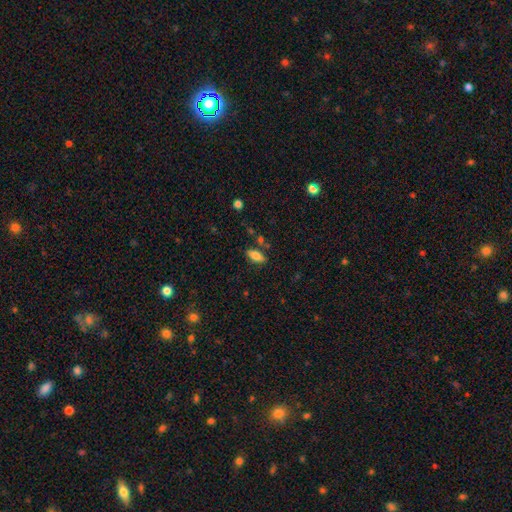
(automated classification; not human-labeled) The model was most divided on "merging": none: 78%, minor disturbance: 14%, merger: 5%, major disturbance: 3%. More confident: how rounded — in between (82%); smooth or featured — smooth (80%).